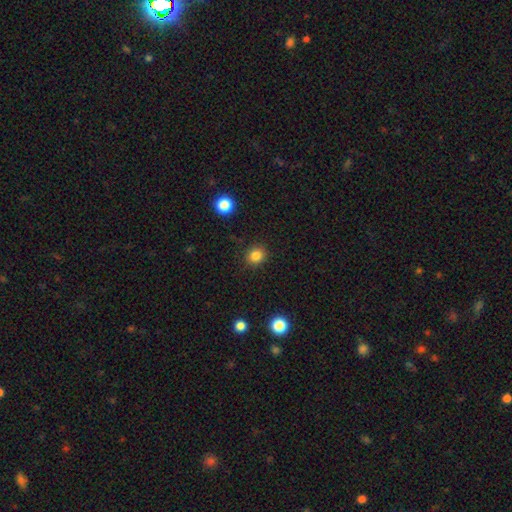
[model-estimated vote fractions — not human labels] smooth 84%, star or artifact 12%, featured or disk 5%. Down the decision tree: how rounded — round (79%); merging — none (89%).